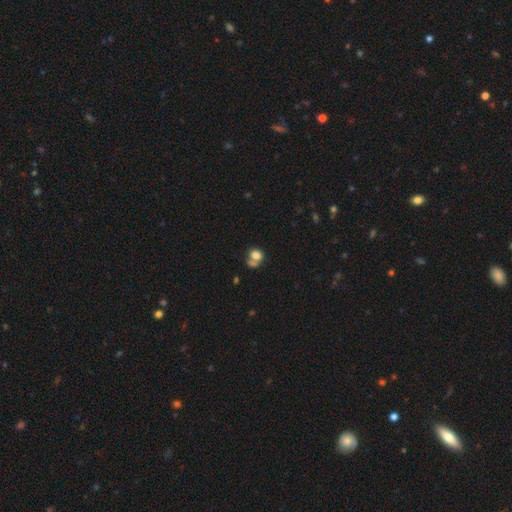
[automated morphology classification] A smooth galaxy with no disk features (77%) that is round (58%). Merging: merger (43%).